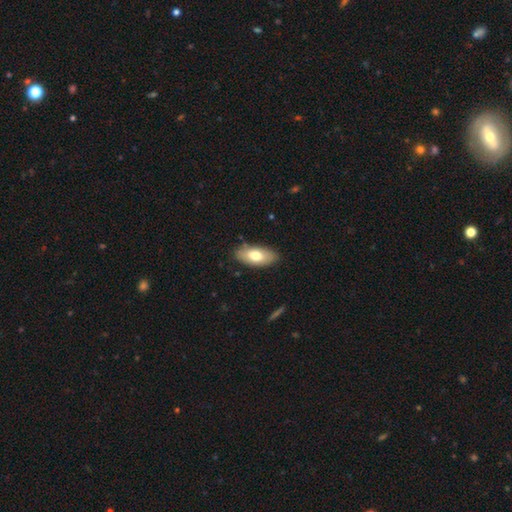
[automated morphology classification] smooth 73%, featured or disk 21%, star or artifact 6%. Down the decision tree: how rounded — in between (90%); merging — none (84%).